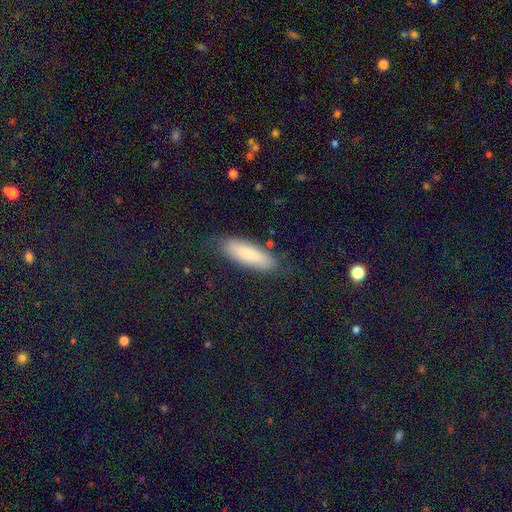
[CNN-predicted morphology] smooth-or-featured: smooth: 70% | featured or disk: 23% | star or artifact: 7%
  how-rounded: in between: 58% | cigar-shaped: 40% | round: 2%
  merging: none: 78% | minor disturbance: 16% | major disturbance: 5% | merger: 2%